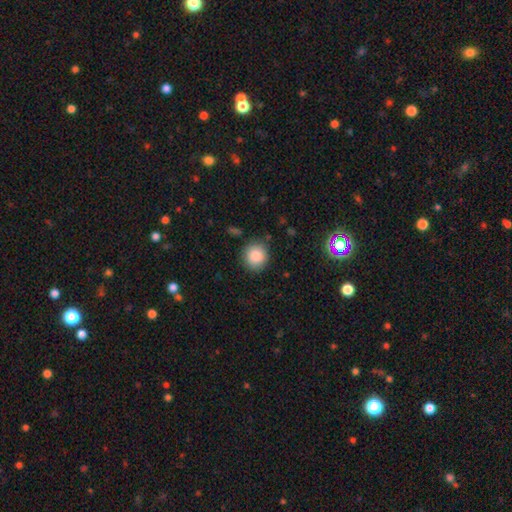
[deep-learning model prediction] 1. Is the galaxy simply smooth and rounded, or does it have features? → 87% smooth, 9% star or artifact, 4% featured or disk.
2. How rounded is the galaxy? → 89% round, 10% in between, 1% cigar-shaped.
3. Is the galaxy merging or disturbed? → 86% none, 9% minor disturbance, 3% major disturbance, 2% merger.